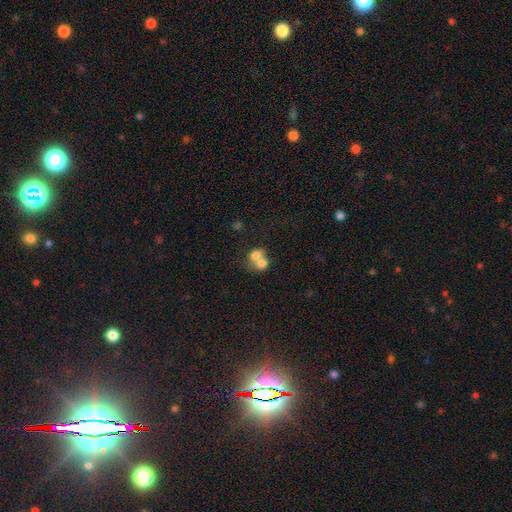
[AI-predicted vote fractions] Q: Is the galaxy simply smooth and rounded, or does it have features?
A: smooth — 70%.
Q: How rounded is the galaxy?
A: round — 59%.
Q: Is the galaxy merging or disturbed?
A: merger — 72%.